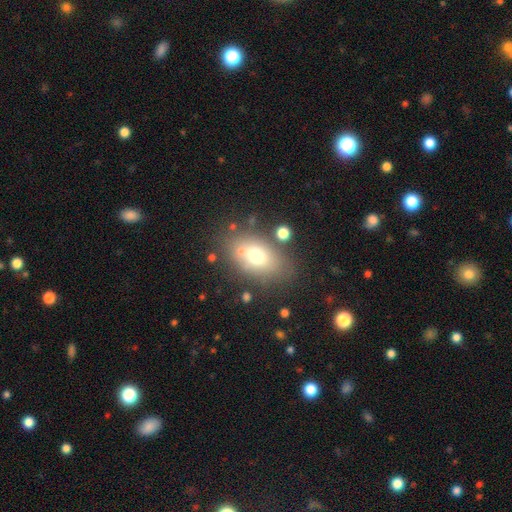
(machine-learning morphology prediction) The model was most divided on "smooth or featured": smooth: 68%, featured or disk: 20%, star or artifact: 12%. More confident: how rounded — in between (78%); merging — none (69%).